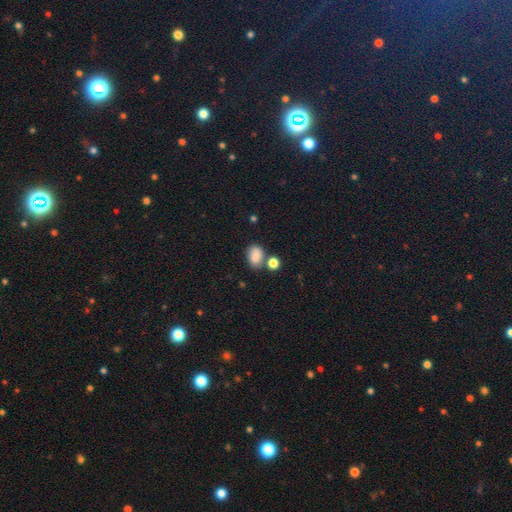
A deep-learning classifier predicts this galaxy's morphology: smooth 83%, star or artifact 11%, featured or disk 7%. Down the decision tree: how rounded — in between (72%); merging — none (56%).